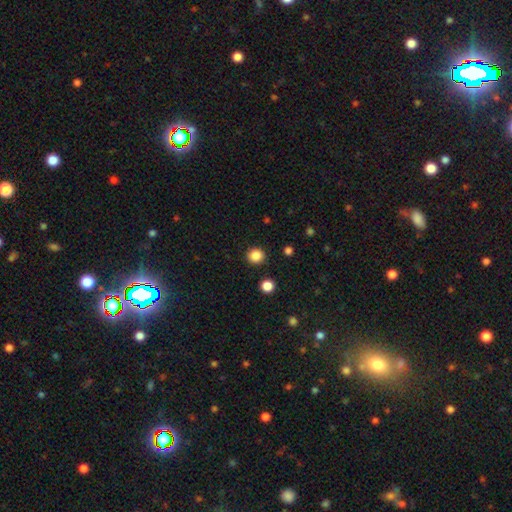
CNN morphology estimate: Smooth or featured? smooth (86%)
How rounded? round (90%)
Merging? none (91%)